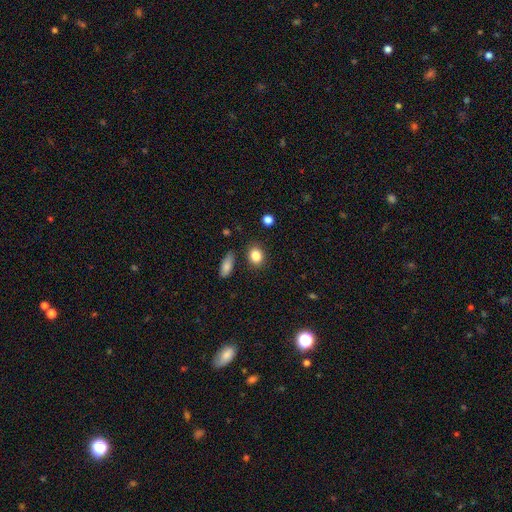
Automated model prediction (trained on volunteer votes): Morphology: type=smooth (85%); roundness=round (51%); merging=none (83%).